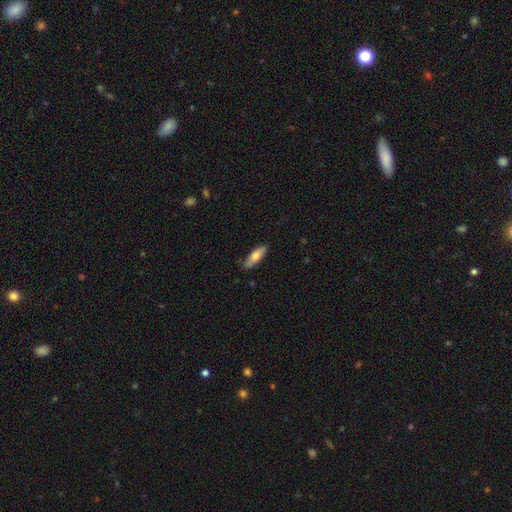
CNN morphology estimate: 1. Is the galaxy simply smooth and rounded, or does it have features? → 68% smooth, 26% featured or disk, 6% star or artifact.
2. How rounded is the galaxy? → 51% in between, 47% cigar-shaped, 2% round.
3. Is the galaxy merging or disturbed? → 81% none, 15% minor disturbance, 2% major disturbance, 1% merger.